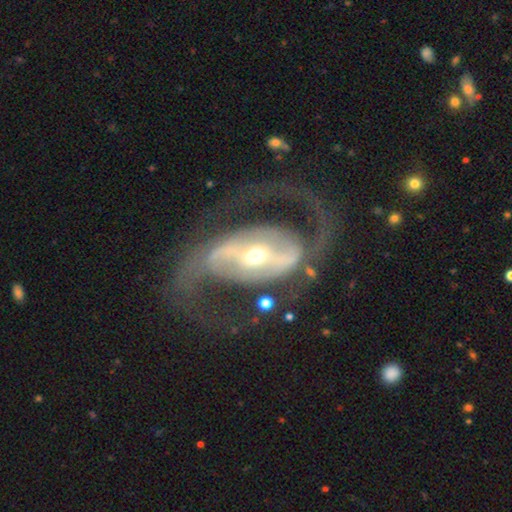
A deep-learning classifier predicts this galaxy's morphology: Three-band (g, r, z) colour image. It shows a featured or disk galaxy (88%) with a strong bar (57%), 2 (88%) medium (49%) spiral arms (84%) and a moderate central bulge (59%). Merging: none (67%).